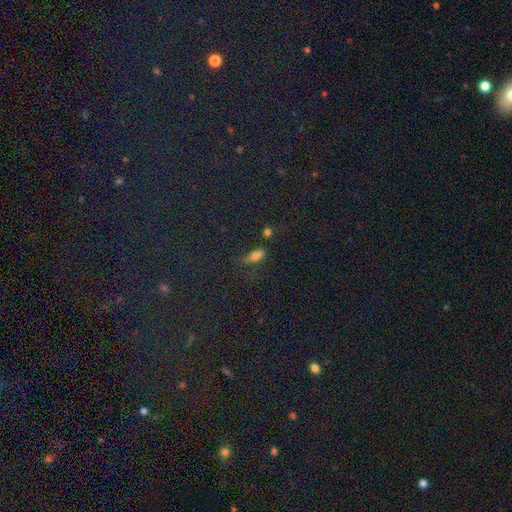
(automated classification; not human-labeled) Smooth or featured? Predicted: smooth (p=0.71). How rounded? Predicted: in between (p=0.70). Merging? Predicted: none (p=0.46).